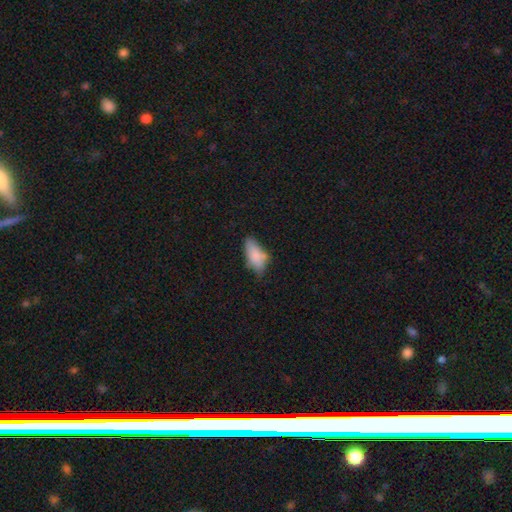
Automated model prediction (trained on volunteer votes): smooth_or_featured: smooth (p=0.82) [alt: featured or disk p=0.11]
how_rounded: in between (p=0.89) [alt: cigar-shaped p=0.08]
merging: none (p=0.50) [alt: minor disturbance p=0.35]